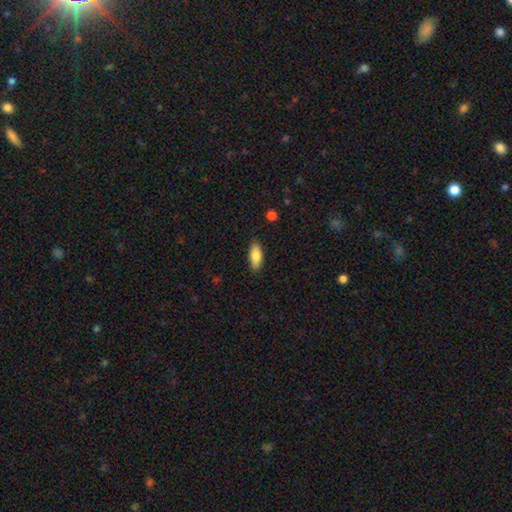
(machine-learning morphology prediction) Overall: smooth (84%). How rounded: in between (81%). Merging: none (85%).